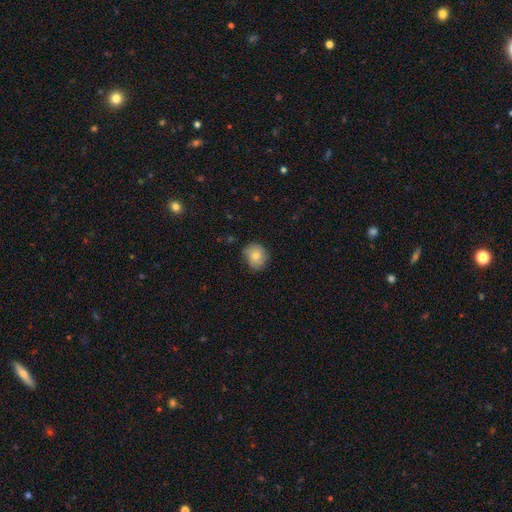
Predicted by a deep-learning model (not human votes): A smooth galaxy with no disk features (69%) that is round (77%). Merging: none (69%).